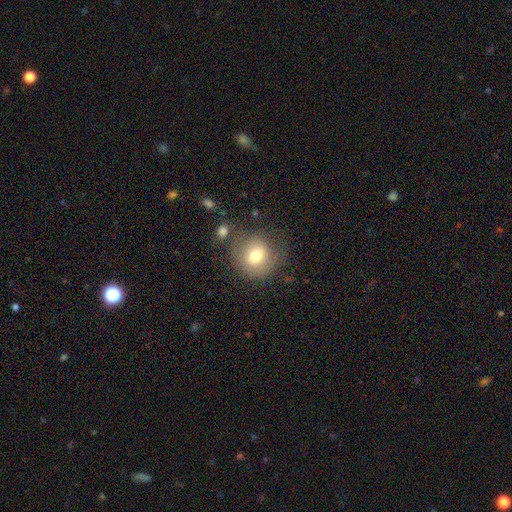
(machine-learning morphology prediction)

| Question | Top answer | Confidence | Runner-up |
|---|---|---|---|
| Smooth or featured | smooth | 74% | featured or disk (16%) |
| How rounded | round | 88% | in between (11%) |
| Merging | none | 65% | minor disturbance (20%) |